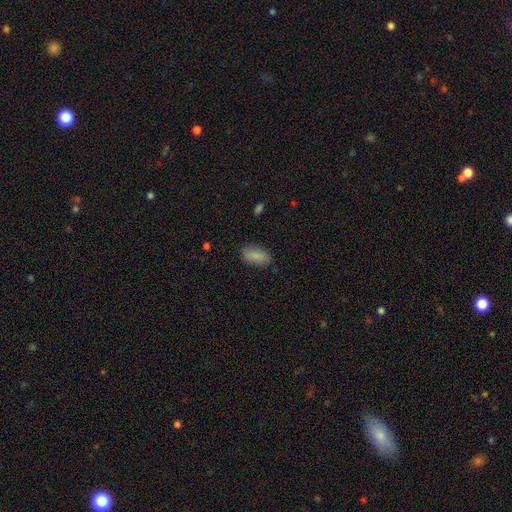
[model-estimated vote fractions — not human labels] The model was most divided on "merging": none: 78%, minor disturbance: 16%, major disturbance: 4%, merger: 1%. More confident: how rounded — in between (90%); smooth or featured — smooth (86%).